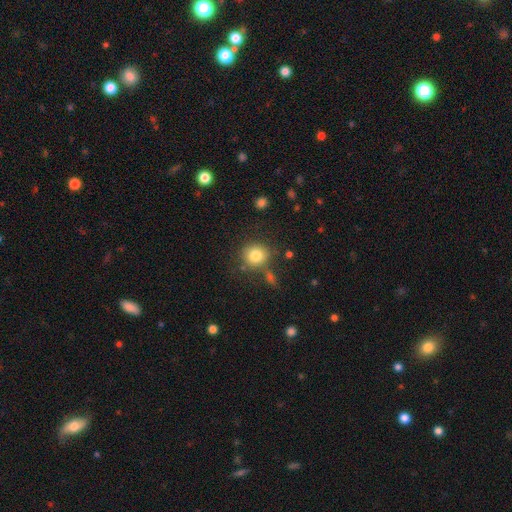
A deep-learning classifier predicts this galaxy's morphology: Smooth or featured: smooth — 82% (star or artifact — 10%)
How rounded: round — 84% (in between — 15%)
Merging: none — 75% (minor disturbance — 12%)